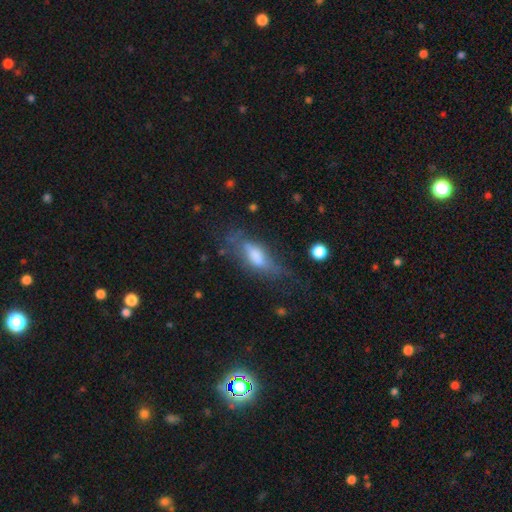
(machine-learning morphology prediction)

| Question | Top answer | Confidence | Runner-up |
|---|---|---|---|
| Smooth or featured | smooth | 53% | featured or disk (36%) |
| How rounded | in between | 64% | cigar-shaped (33%) |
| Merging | none | 45% | minor disturbance (27%) |